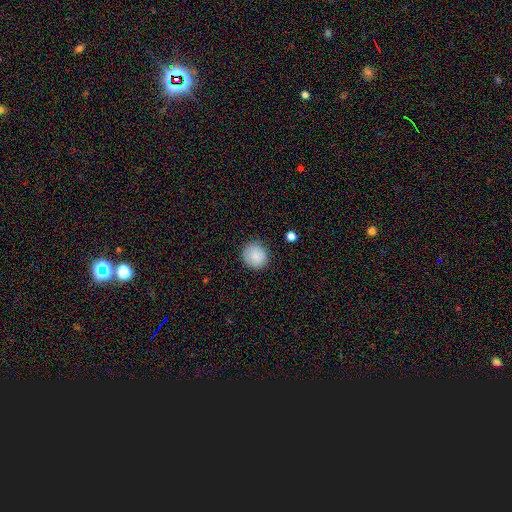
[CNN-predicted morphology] Overall: smooth (87%). How rounded: round (90%). Merging: none (87%).